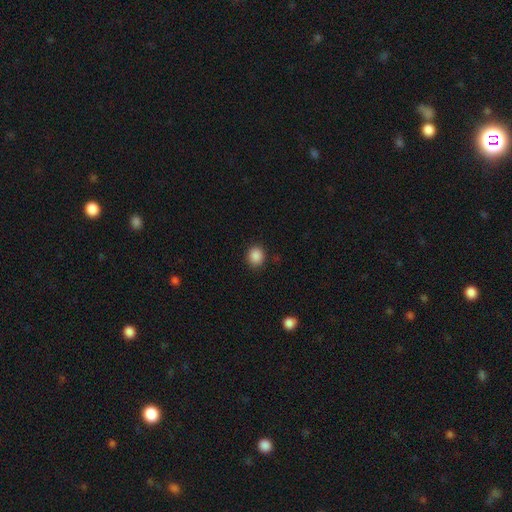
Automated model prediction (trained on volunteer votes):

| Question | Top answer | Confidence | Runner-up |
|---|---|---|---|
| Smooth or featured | smooth | 88% | star or artifact (10%) |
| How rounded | round | 73% | in between (26%) |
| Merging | none | 89% | minor disturbance (7%) |